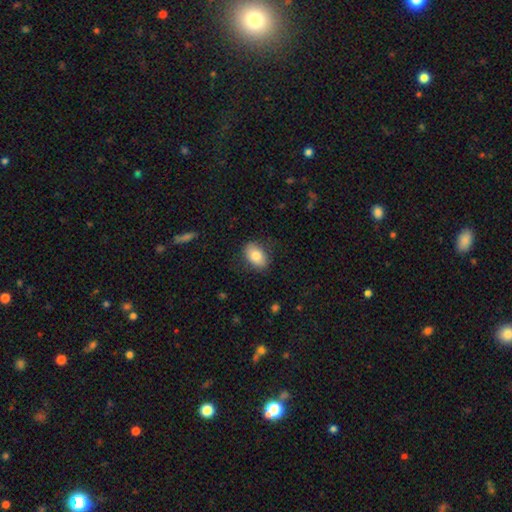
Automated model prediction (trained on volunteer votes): smooth 81%, featured or disk 12%, star or artifact 7%. Down the decision tree: how rounded — in between (87%); merging — none (82%).